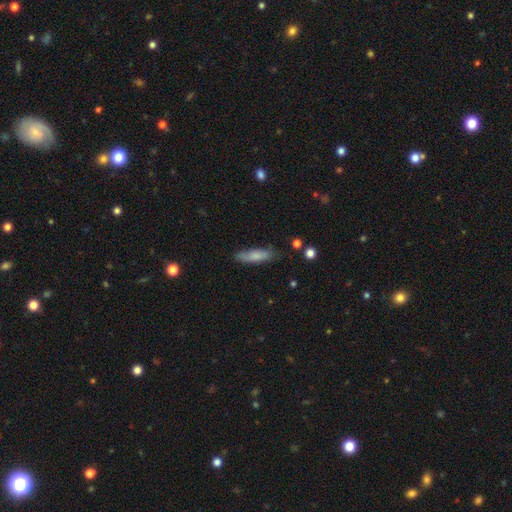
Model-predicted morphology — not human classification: Q: Smooth or featured?
A: smooth (76%); runner-up: featured or disk (17%)
Q: How rounded?
A: cigar-shaped (58%); runner-up: in between (40%)
Q: Merging?
A: none (70%); runner-up: minor disturbance (22%)